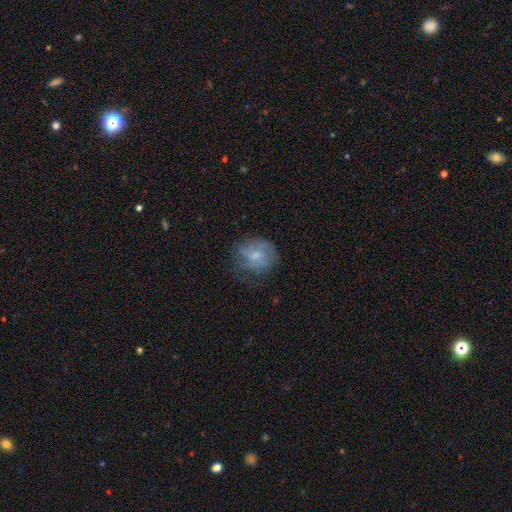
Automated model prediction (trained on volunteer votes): Smooth or featured?
  - smooth: 55% *
  - featured or disk: 36%
  - star or artifact: 9%
How rounded?
  - round: 73% *
  - in between: 26%
  - cigar-shaped: 1%
Merging?
  - none: 60% *
  - minor disturbance: 24%
  - major disturbance: 14%
  - merger: 2%